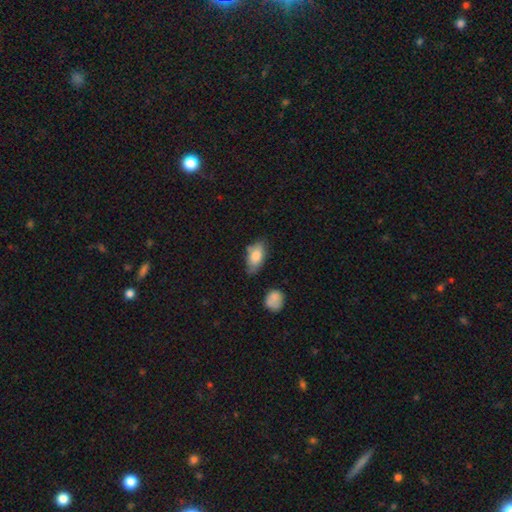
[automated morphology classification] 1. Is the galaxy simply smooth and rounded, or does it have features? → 80% smooth, 13% featured or disk, 7% star or artifact.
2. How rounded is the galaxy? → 90% in between, 6% cigar-shaped, 4% round.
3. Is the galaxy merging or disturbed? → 65% none, 26% minor disturbance, 5% major disturbance, 5% merger.